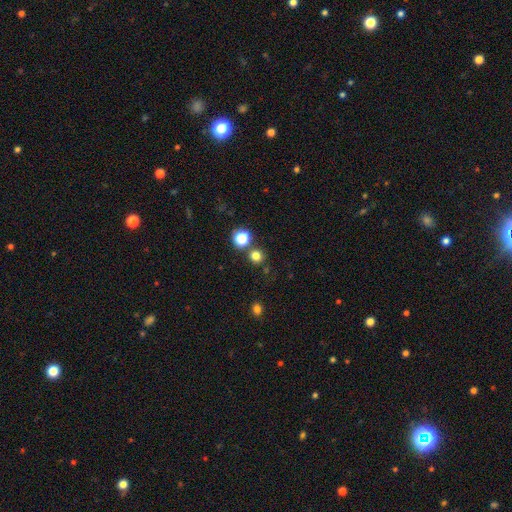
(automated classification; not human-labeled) smooth 75%, star or artifact 20%, featured or disk 5%. Down the decision tree: how rounded — round (92%); merging — none (79%).